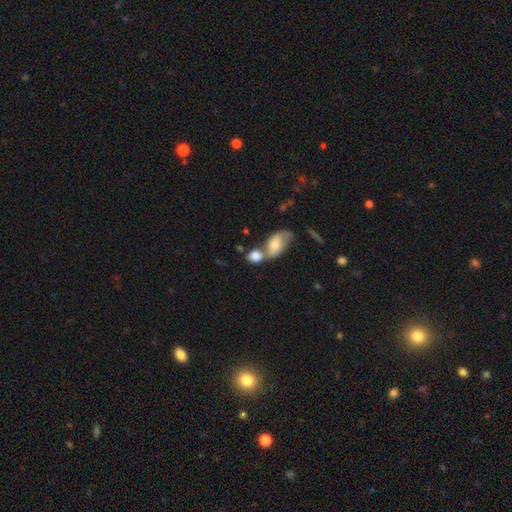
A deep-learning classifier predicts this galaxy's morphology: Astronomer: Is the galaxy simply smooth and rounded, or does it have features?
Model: smooth — 76%.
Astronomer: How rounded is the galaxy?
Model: in between — 62%.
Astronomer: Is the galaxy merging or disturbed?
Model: merger — 61%.